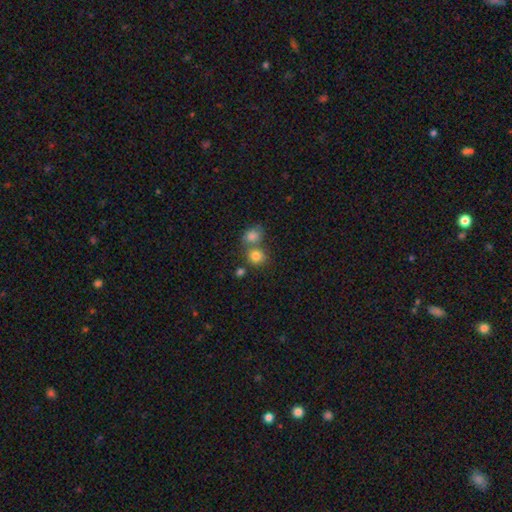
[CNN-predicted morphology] Smooth or featured? Predicted: smooth (p=0.80). How rounded? Predicted: round (p=0.77). Merging? Predicted: none (p=0.49).